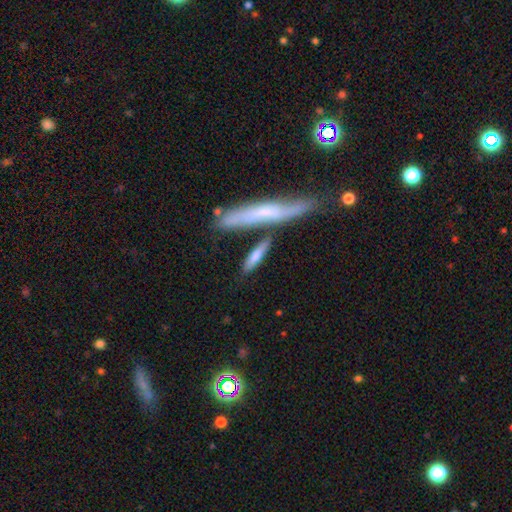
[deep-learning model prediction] This is likely a smooth galaxy (68%). How rounded: likely cigar-shaped (78%). Merging: likely none (64%).